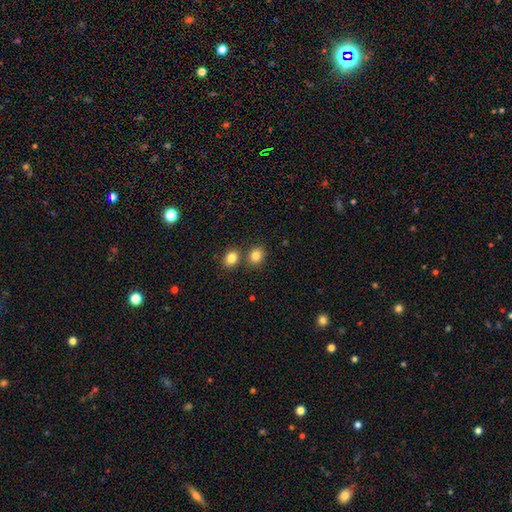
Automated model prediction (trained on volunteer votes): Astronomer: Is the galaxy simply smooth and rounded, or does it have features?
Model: smooth — 84%.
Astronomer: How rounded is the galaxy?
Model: round — 62%.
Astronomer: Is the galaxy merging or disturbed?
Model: none — 68%.